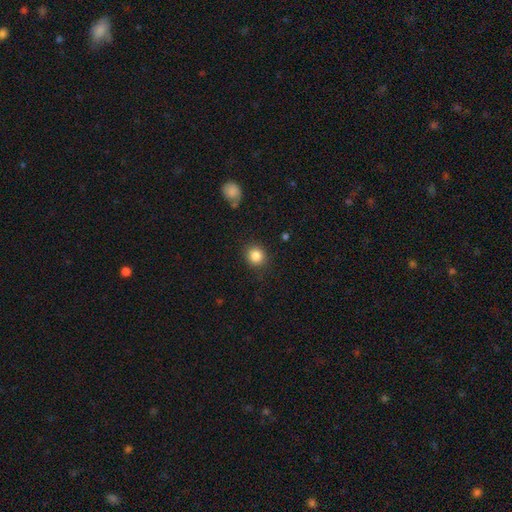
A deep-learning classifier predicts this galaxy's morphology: smooth 85%, star or artifact 10%, featured or disk 5%. Down the decision tree: how rounded — round (87%); merging — none (86%).